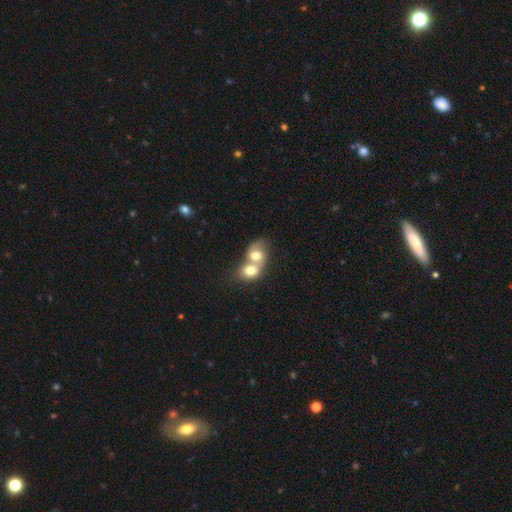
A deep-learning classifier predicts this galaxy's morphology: A smooth galaxy with no disk features (67%) that is in between round and cigar-shaped (49%, tied with round).

Vote fractions:
- Smooth or featured? smooth: 67% / featured or disk: 25% / star or artifact: 8%
- How rounded? in between: 49% (tied) / round: 49% (tied) / cigar-shaped: 1%
- Merging? merger: 80% / none: 13% / minor disturbance: 4% / major disturbance: 3%